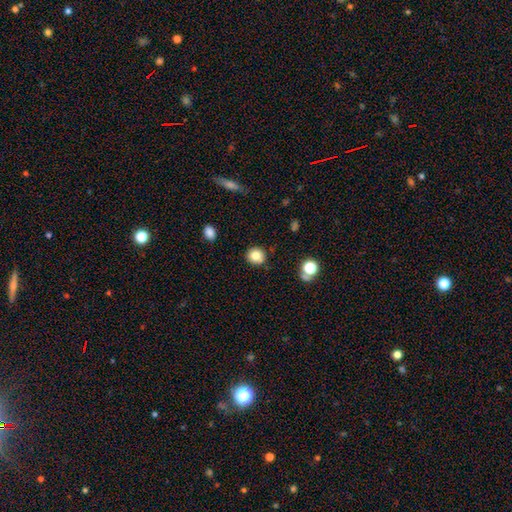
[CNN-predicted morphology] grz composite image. It shows a smooth galaxy with no disk features (82%) that is round (89%). Merging: none (87%).